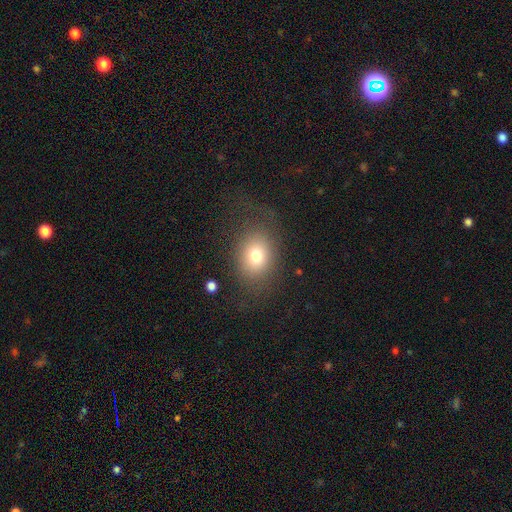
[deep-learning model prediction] smooth 73%, featured or disk 14%, star or artifact 13%. Down the decision tree: how rounded — in between (50%); merging — none (72%).